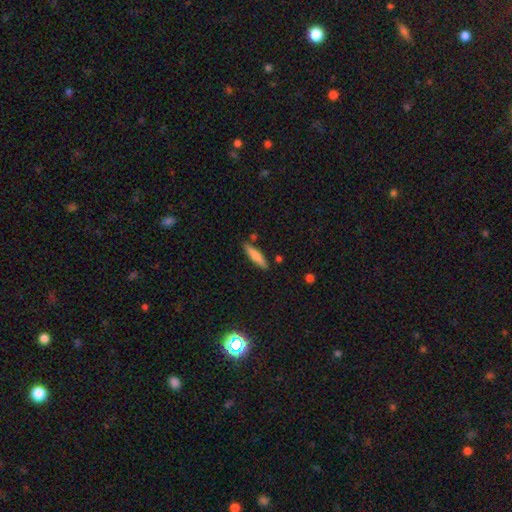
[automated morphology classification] A smooth galaxy with no disk features (78%) that is cigar-shaped (82%).

Vote fractions:
- Smooth or featured? smooth: 78% / featured or disk: 16% / star or artifact: 6%
- How rounded? cigar-shaped: 82% / in between: 17% / round: 1%
- Merging? none: 82% / minor disturbance: 11% / merger: 4% / major disturbance: 2%